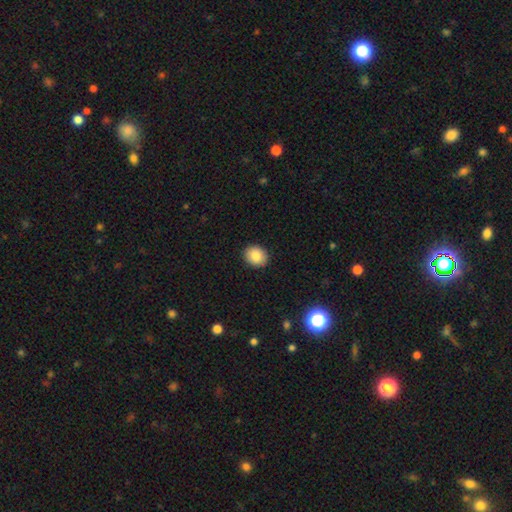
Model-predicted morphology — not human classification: Overall: smooth (84%). How rounded: round (72%). Merging: none (91%).